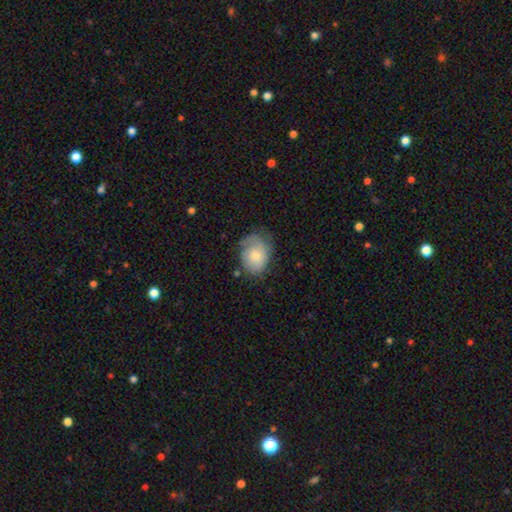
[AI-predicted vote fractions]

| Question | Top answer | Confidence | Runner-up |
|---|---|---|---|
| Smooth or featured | smooth | 59% | featured or disk (34%) |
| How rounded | in between | 58% | round (41%) |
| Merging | none | 57% | minor disturbance (30%) |